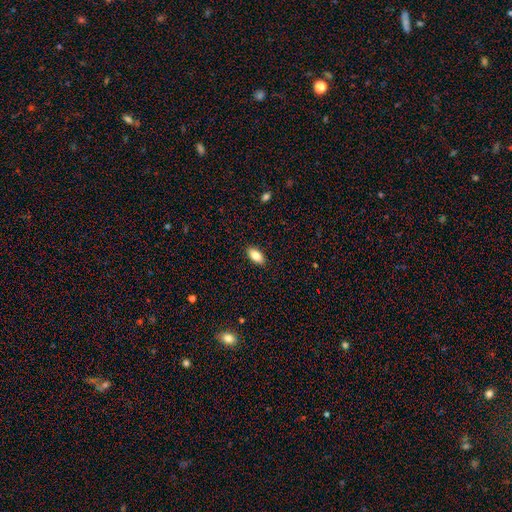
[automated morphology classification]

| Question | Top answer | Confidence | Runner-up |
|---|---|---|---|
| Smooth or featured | smooth | 81% | featured or disk (12%) |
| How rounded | in between | 90% | cigar-shaped (7%) |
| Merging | none | 89% | minor disturbance (8%) |